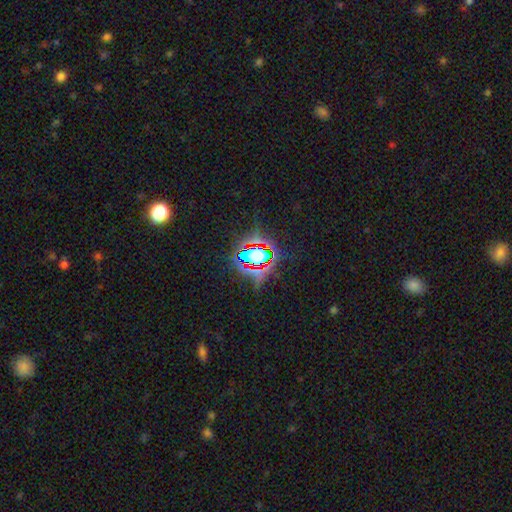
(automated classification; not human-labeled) The model was most divided on "smooth or featured": star or artifact: 70%, smooth: 18%, featured or disk: 12%.